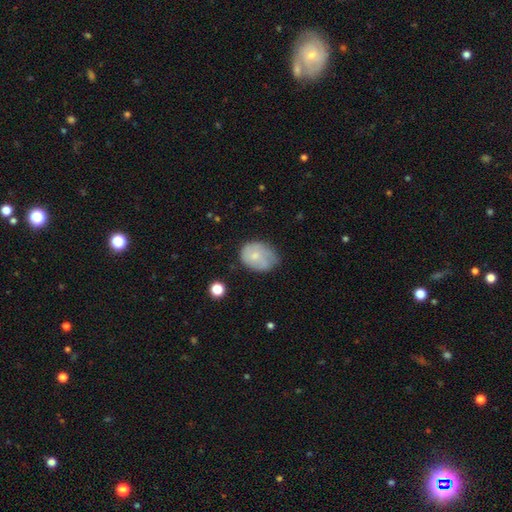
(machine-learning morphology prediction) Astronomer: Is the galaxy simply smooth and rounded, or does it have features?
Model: smooth — 62%.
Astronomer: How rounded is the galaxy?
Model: in between — 59% (runner-up: round, 40%).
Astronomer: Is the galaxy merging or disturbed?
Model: none — 47% (runner-up: minor disturbance, 37%).